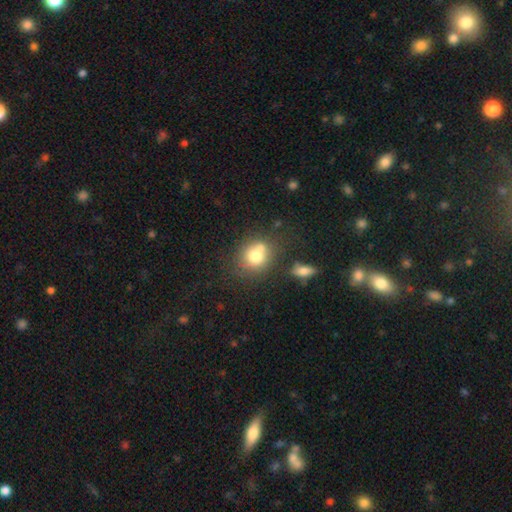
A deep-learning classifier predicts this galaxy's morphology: The model was most divided on "merging": none: 52%, merger: 28%, minor disturbance: 15%, major disturbance: 6%. More confident: smooth or featured — smooth (73%); how rounded — round (73%).